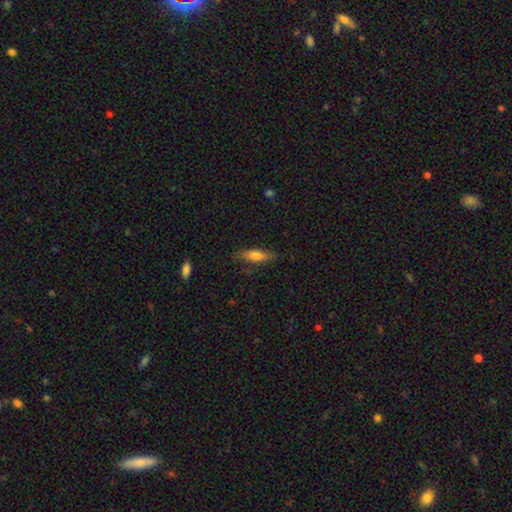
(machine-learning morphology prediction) Smooth or featured? smooth (67%)
How rounded? cigar-shaped (57%)
Merging? none (81%)